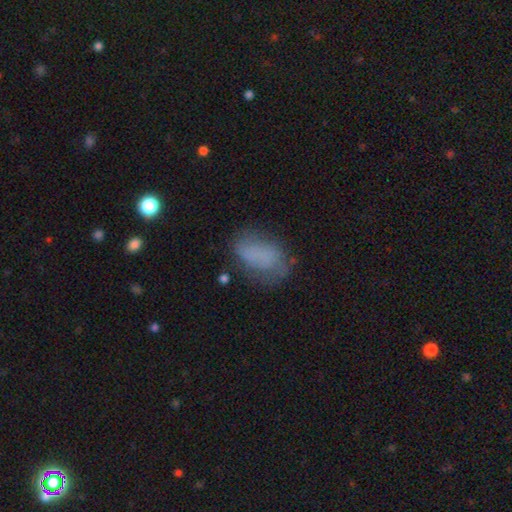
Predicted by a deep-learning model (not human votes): The model was most divided on "merging": none: 56%, minor disturbance: 26%, major disturbance: 15%, merger: 3%. More confident: how rounded — in between (88%); smooth or featured — smooth (64%).